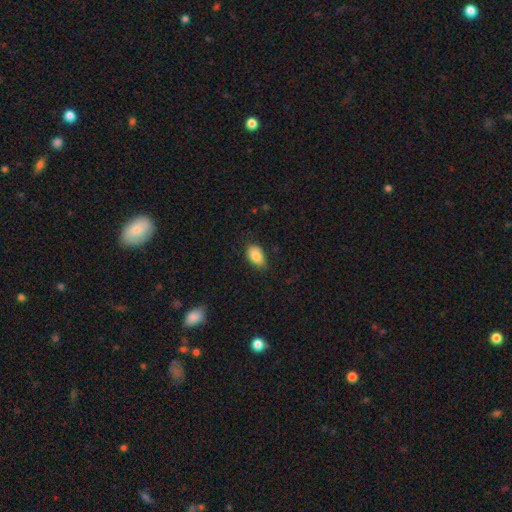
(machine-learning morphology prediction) Q: Smooth or featured?
A: smooth (86%); runner-up: star or artifact (8%)
Q: How rounded?
A: in between (91%); runner-up: round (8%)
Q: Merging?
A: none (75%); runner-up: minor disturbance (20%)